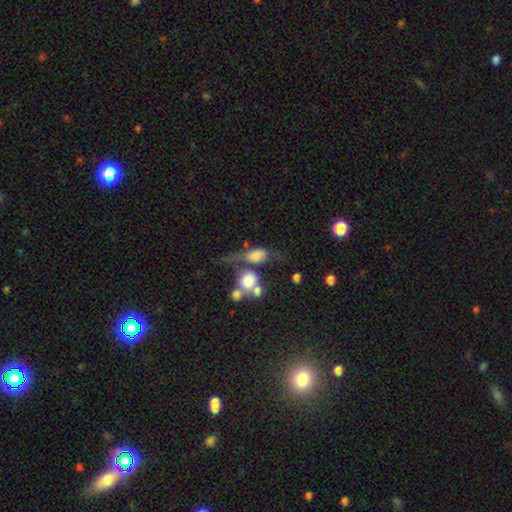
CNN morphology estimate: smooth-or-featured: smooth: 65% | featured or disk: 25% | star or artifact: 10%
  how-rounded: in between: 65% | round: 28% | cigar-shaped: 7%
  merging: merger: 31% | none: 28% | major disturbance: 24% | minor disturbance: 17%